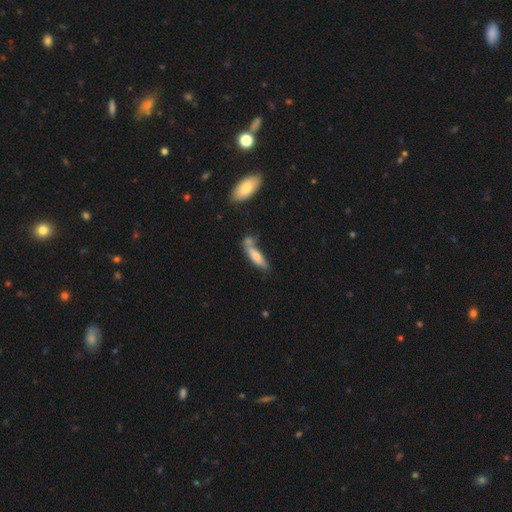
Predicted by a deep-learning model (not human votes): Overall: smooth (71%). How rounded: cigar-shaped (59%; in between 39%). Merging: none (46%; merger 29%).